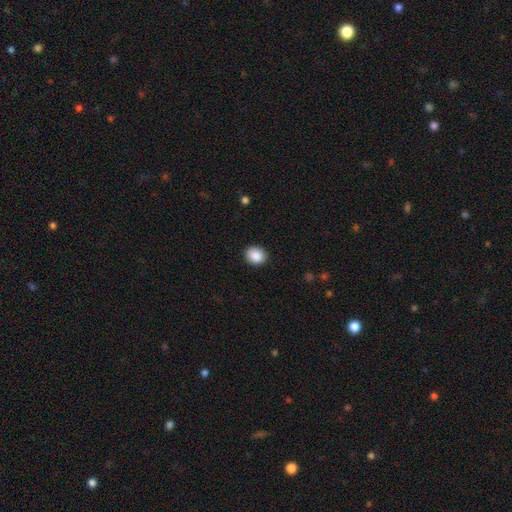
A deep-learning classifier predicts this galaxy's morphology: Smooth or featured: smooth — 89% (star or artifact — 8%)
How rounded: round — 60% (in between — 39%)
Merging: none — 90% (minor disturbance — 7%)